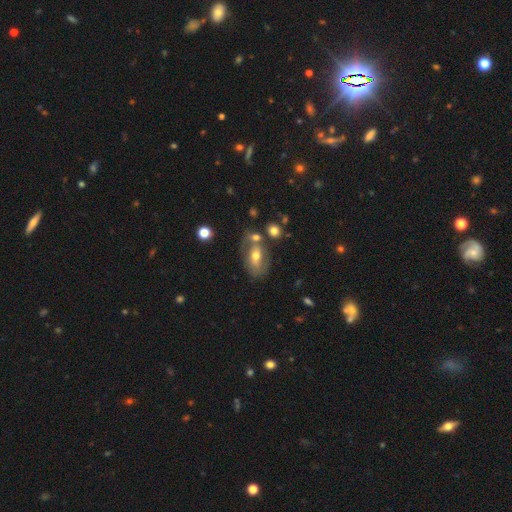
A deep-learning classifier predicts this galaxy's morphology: Smooth or featured?
  - smooth: 48% *
  - featured or disk: 43%
  - star or artifact: 9%
Merging?
  - none: 46% *
  - merger: 22%
  - minor disturbance: 20%
  - major disturbance: 12%